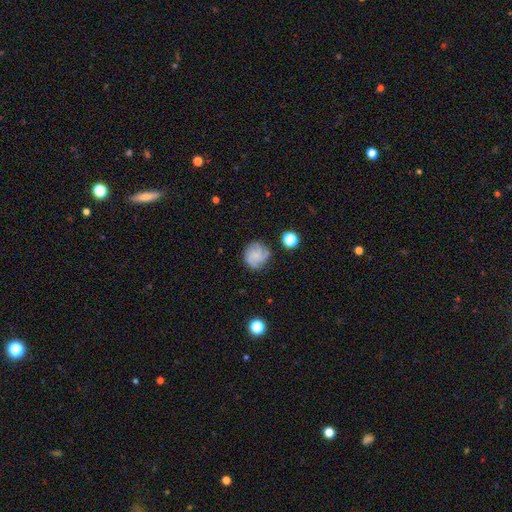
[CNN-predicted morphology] Smooth or featured? Predicted: featured or disk (p=0.59). Edge-on disk? Predicted: no (p=0.98). Bar? Predicted: no (p=0.75). Spiral arms? Predicted: yes (p=0.93). Spiral winding? Predicted: tight (p=0.47). Spiral arm count? Predicted: 3 (p=0.47). Bulge size? Predicted: small (p=0.51). Merging? Predicted: none (p=0.77).